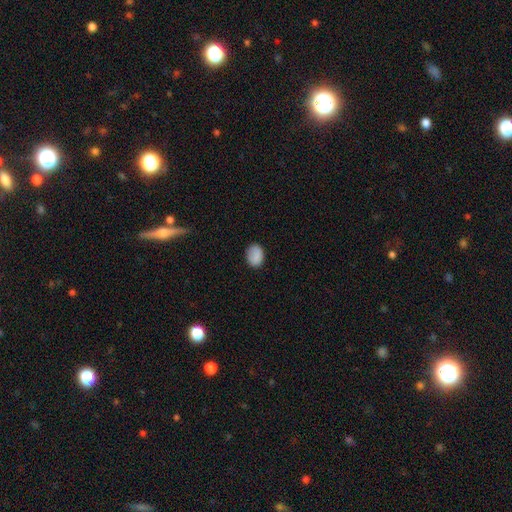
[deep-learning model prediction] This is clearly a smooth galaxy (87%). How rounded: likely in between (72%). Merging: clearly none (81%).